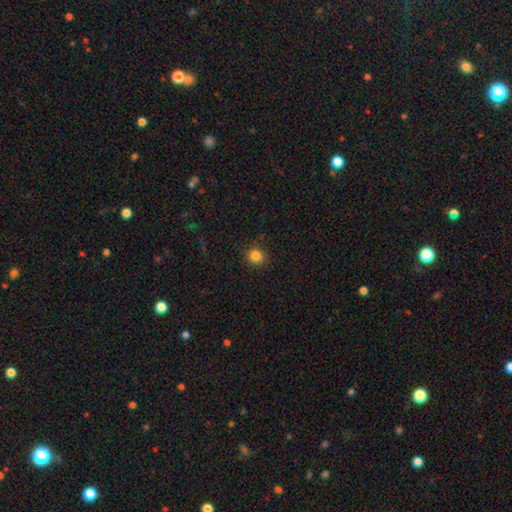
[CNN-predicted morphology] smooth-or-featured: smooth: 83% | star or artifact: 12% | featured or disk: 4%
  how-rounded: round: 86% | in between: 13% | cigar-shaped: 1%
  merging: none: 88% | minor disturbance: 9% | major disturbance: 2% | merger: 1%